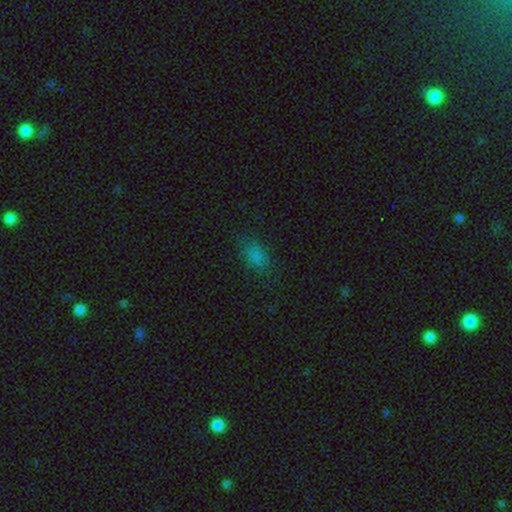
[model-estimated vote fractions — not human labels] Smooth or featured? smooth (80%)
How rounded? in between (87%)
Merging? none (76%)